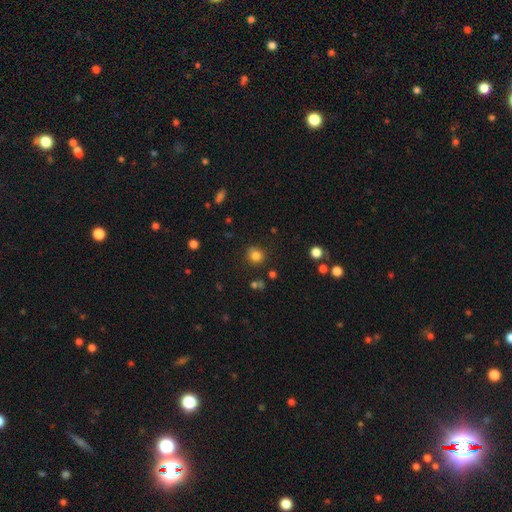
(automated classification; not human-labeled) Smooth or featured: smooth — 82% (star or artifact — 13%)
How rounded: round — 86% (in between — 13%)
Merging: none — 83% (minor disturbance — 11%)